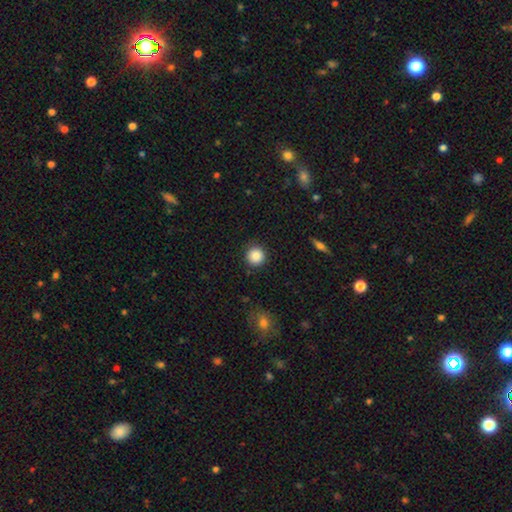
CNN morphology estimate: Smooth or featured? Predicted: smooth (p=0.87). How rounded? Predicted: round (p=0.94). Merging? Predicted: none (p=0.90).